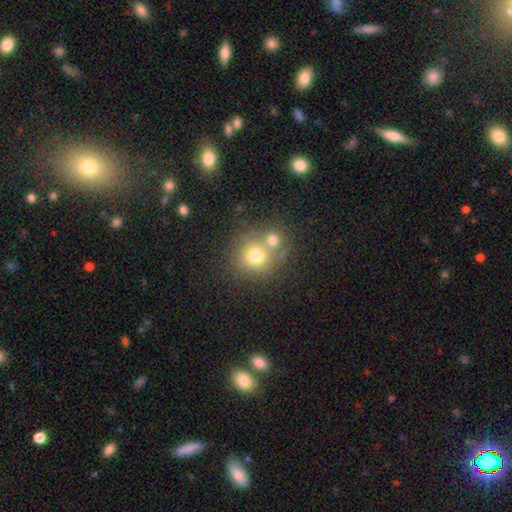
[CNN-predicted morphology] type=smooth (69%); roundness=round (88%); merging=none (51%).